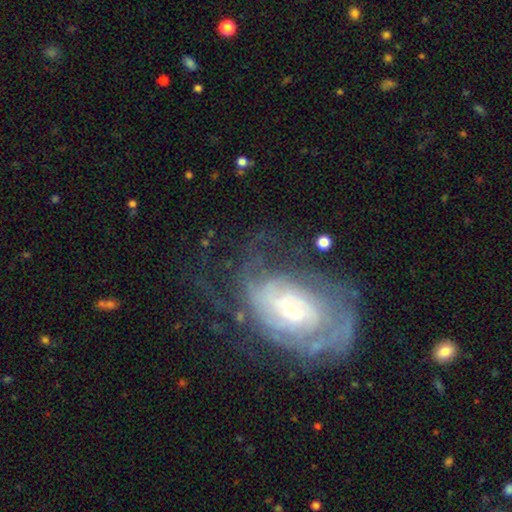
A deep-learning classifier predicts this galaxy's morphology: This appears to be a featured or disk galaxy (82%) with no bar (55%), tight (63%) spiral arms (88%) and a small central bulge (62%). Merging: none (55%).